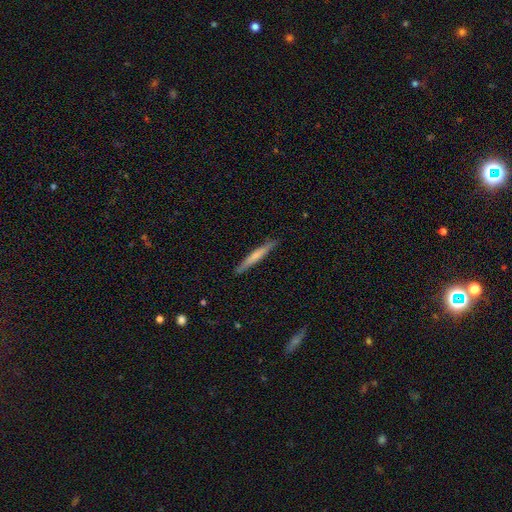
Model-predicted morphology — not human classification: This is possibly a smooth galaxy (56%). How rounded: clearly cigar-shaped (96%). Merging: clearly none (90%).